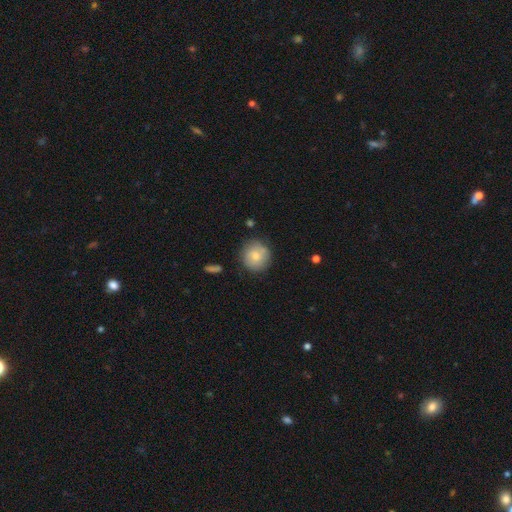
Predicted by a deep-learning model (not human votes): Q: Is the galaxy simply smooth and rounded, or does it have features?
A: smooth — 77%.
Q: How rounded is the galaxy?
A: round — 91%.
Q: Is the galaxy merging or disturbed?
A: none — 79%.